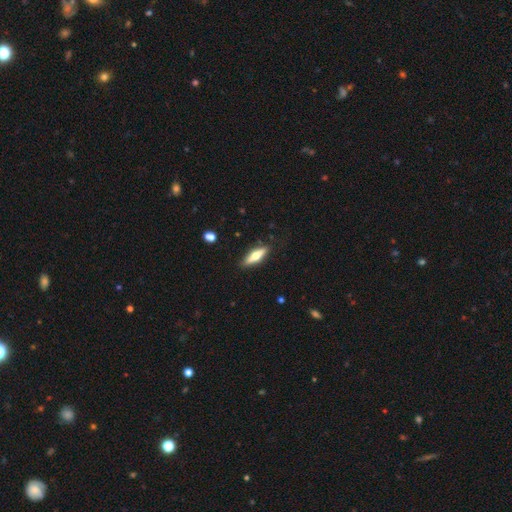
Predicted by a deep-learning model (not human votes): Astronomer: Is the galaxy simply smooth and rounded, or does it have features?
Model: smooth — 49% (runner-up: featured or disk, 45%).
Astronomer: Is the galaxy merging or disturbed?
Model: none — 85%.